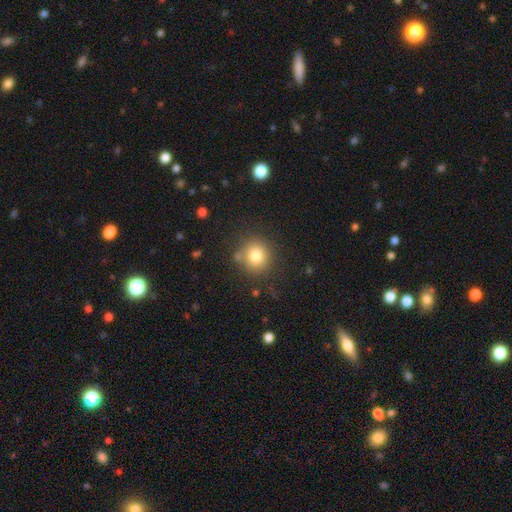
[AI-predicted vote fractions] smooth 79%, star or artifact 12%, featured or disk 9%. Down the decision tree: how rounded — round (86%); merging — none (79%).